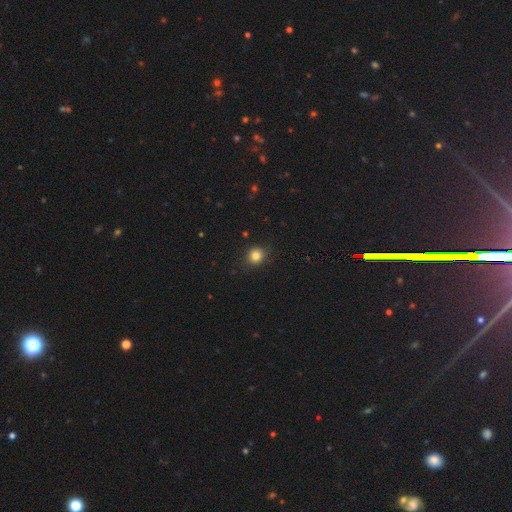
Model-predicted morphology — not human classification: Smooth or featured?
  - smooth: 82% *
  - star or artifact: 13%
  - featured or disk: 5%
How rounded?
  - round: 83% *
  - in between: 16%
  - cigar-shaped: 1%
Merging?
  - none: 86% *
  - minor disturbance: 10%
  - major disturbance: 2%
  - merger: 1%